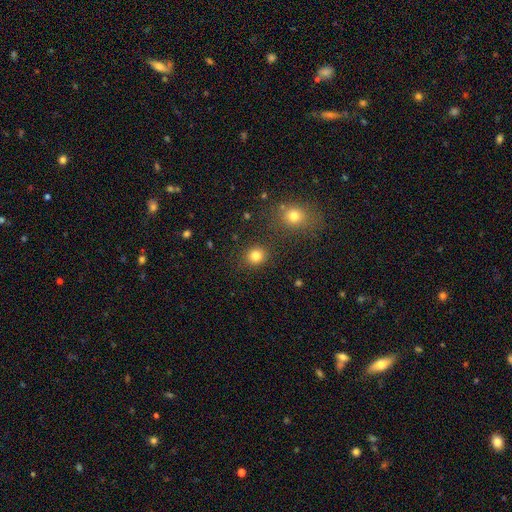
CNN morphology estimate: A smooth galaxy with no disk features (83%) that is round (82%). Merging: none (86%).